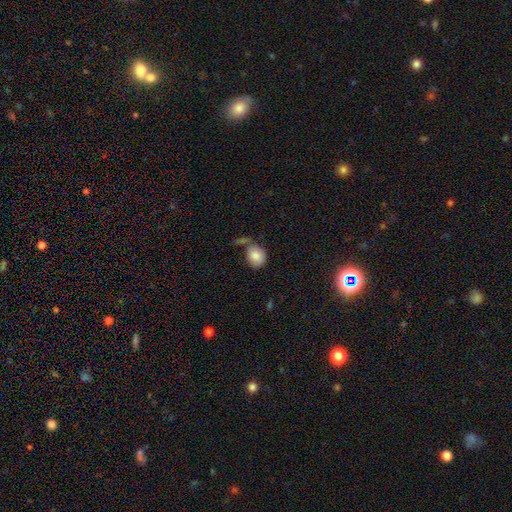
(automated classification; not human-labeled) smooth 83%, featured or disk 9%, star or artifact 7%. Down the decision tree: how rounded — round (54%); merging — none (50%).